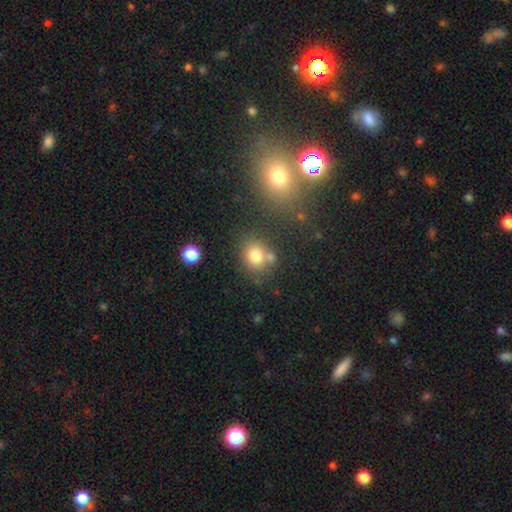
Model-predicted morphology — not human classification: Q: Smooth or featured?
A: smooth (78%); runner-up: star or artifact (13%)
Q: How rounded?
A: round (73%); runner-up: in between (26%)
Q: Merging?
A: none (63%); runner-up: merger (20%)